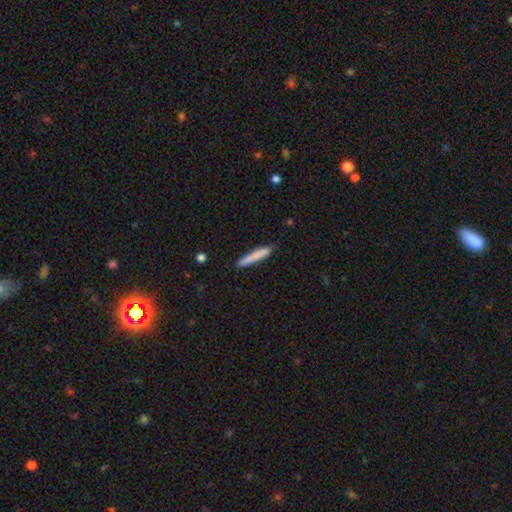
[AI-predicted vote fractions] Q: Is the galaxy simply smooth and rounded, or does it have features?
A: smooth — 80%.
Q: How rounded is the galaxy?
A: cigar-shaped — 94%.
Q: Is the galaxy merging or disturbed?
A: none — 85%.